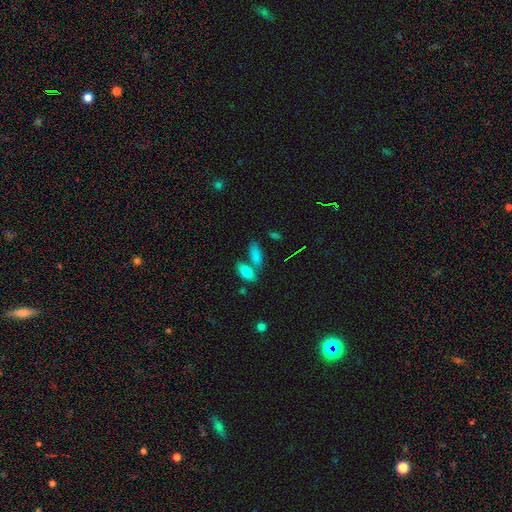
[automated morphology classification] This is clearly a smooth galaxy (80%). How rounded: likely in between (74%). Merging: possibly none (53%).